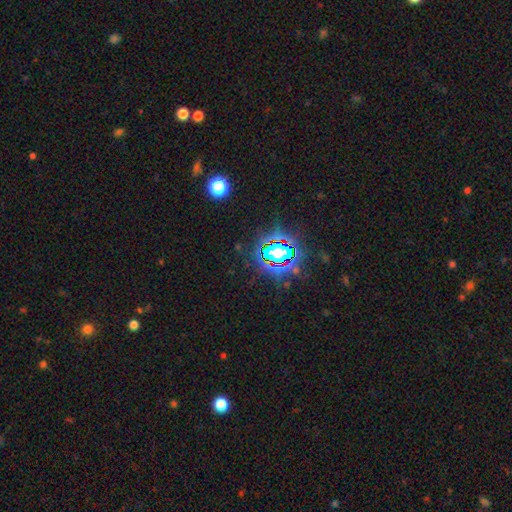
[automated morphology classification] Q: Smooth or featured?
A: star or artifact (79%); runner-up: smooth (12%)